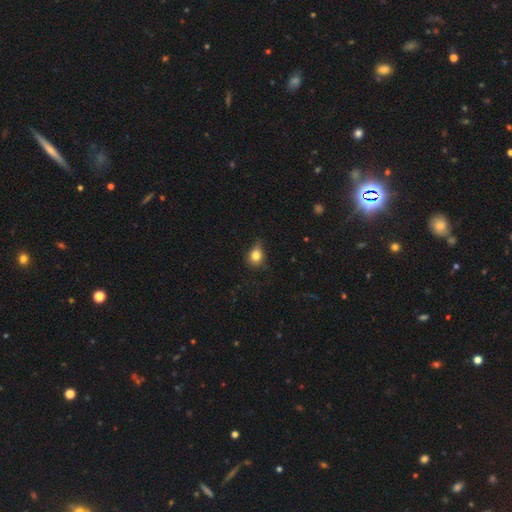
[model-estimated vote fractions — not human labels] Smooth or featured: smooth — 79% (star or artifact — 11%)
How rounded: round — 71% (in between — 27%)
Merging: none — 54% (minor disturbance — 34%)